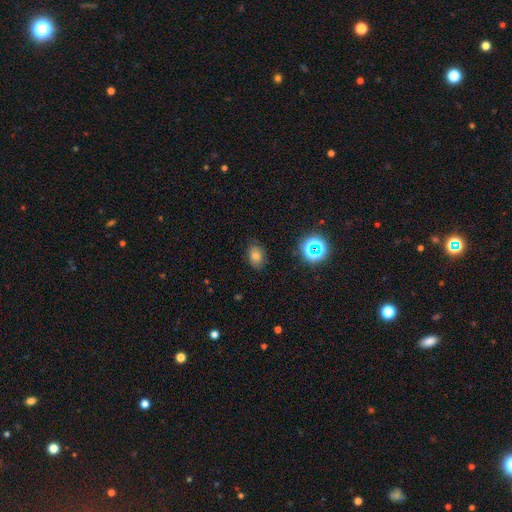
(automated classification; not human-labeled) smooth-or-featured: smooth: 75% | star or artifact: 17% | featured or disk: 8%
  how-rounded: in between: 75% | round: 24% | cigar-shaped: 1%
  merging: none: 83% | minor disturbance: 12% | major disturbance: 3% | merger: 1%